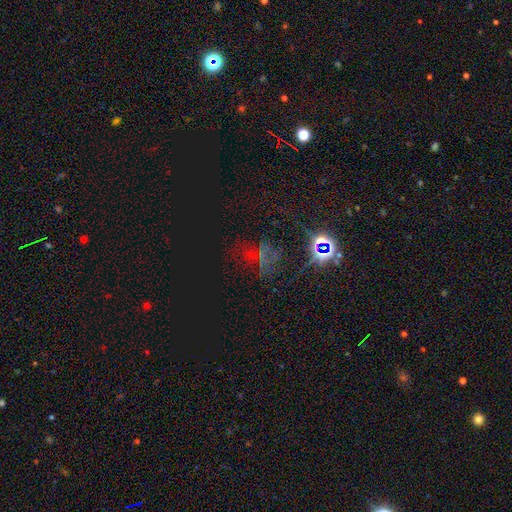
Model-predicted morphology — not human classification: Smooth or featured?
  - star or artifact: 72% *
  - smooth: 16%
  - featured or disk: 12%